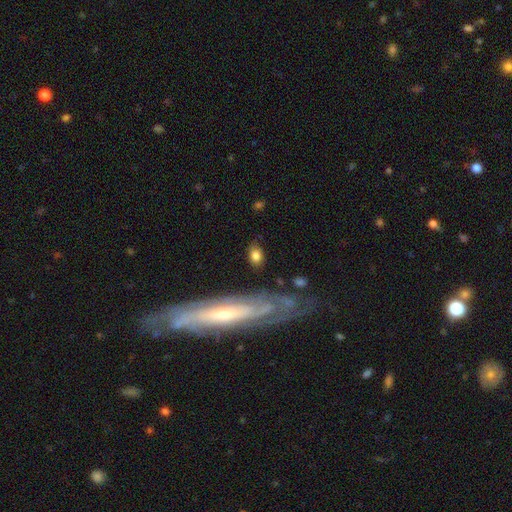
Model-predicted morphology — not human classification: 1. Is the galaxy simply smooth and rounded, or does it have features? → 77% smooth, 16% featured or disk, 7% star or artifact.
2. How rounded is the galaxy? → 73% in between, 22% round, 6% cigar-shaped.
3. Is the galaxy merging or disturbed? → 78% none, 13% minor disturbance, 5% major disturbance, 4% merger.